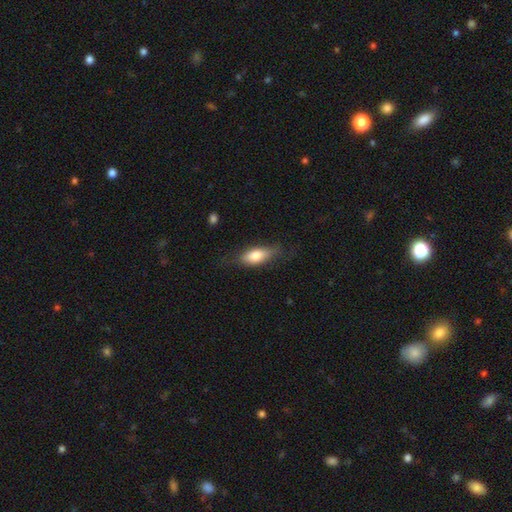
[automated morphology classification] smooth-or-featured: smooth: 73% | featured or disk: 20% | star or artifact: 6%
  how-rounded: in between: 78% | cigar-shaped: 18% | round: 4%
  merging: none: 66% | minor disturbance: 23% | major disturbance: 9% | merger: 1%